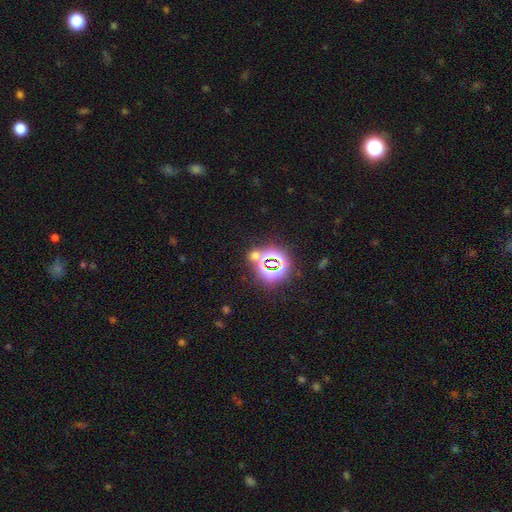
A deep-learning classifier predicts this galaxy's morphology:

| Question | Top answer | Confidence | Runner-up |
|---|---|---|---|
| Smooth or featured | star or artifact | 64% | smooth (28%) |